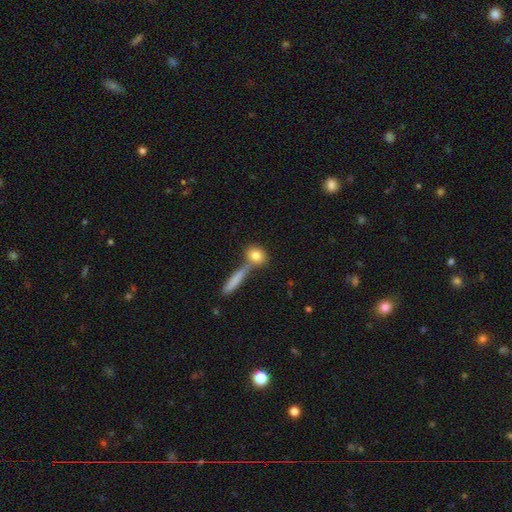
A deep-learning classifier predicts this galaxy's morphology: smooth 80%, featured or disk 12%, star or artifact 8%. Down the decision tree: how rounded — round (52%); merging — none (58%).